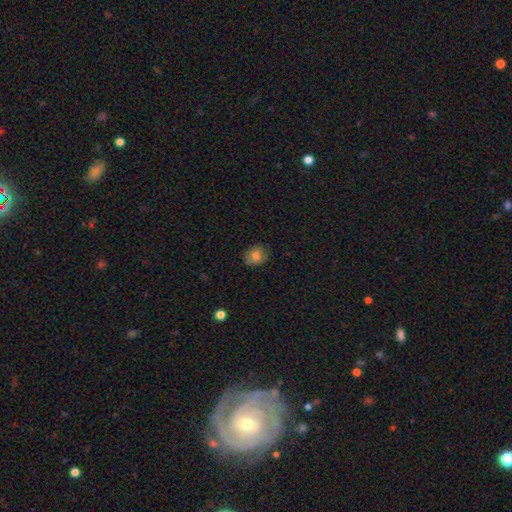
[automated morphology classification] smooth 80%, star or artifact 10%, featured or disk 10%. Down the decision tree: how rounded — round (58%); merging — none (81%).